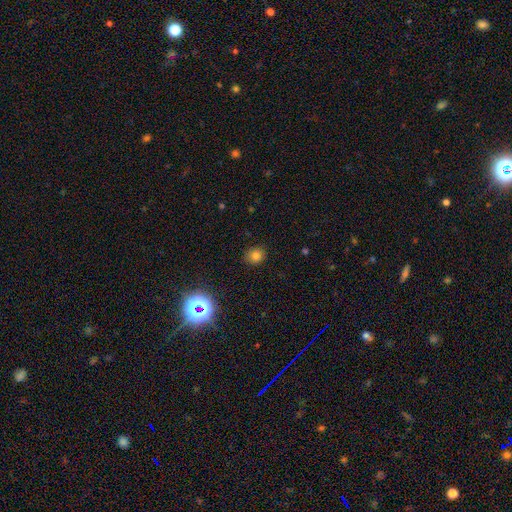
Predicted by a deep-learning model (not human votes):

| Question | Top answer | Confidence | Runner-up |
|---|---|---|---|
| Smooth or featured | smooth | 77% | star or artifact (17%) |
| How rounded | round | 81% | in between (18%) |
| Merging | none | 88% | minor disturbance (8%) |